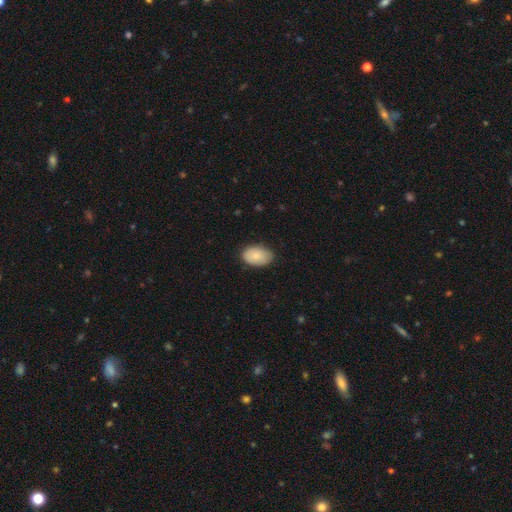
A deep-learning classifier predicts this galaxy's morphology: Smooth or featured? Predicted: smooth (p=0.81). How rounded? Predicted: in between (p=0.90). Merging? Predicted: none (p=0.79).